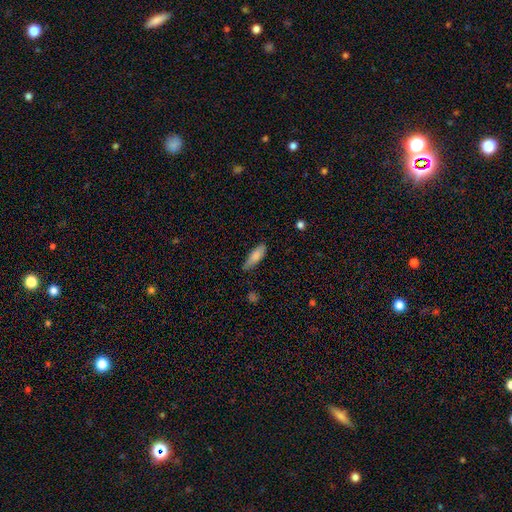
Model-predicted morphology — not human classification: Smooth or featured? smooth (81%)
How rounded? in between (50%)
Merging? none (72%)